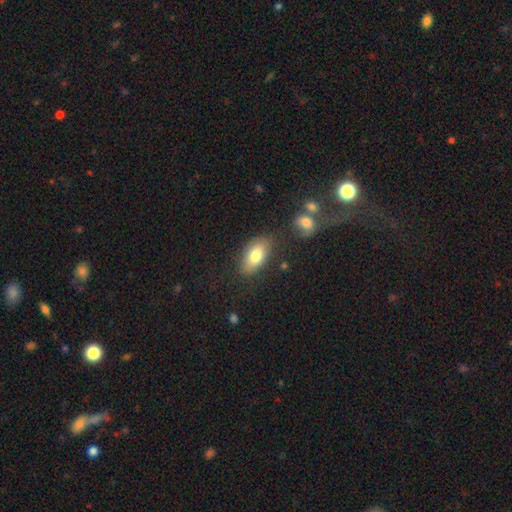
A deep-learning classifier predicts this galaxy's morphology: Smooth or featured? Predicted: smooth (p=0.79). How rounded? Predicted: in between (p=0.90). Merging? Predicted: none (p=0.77).